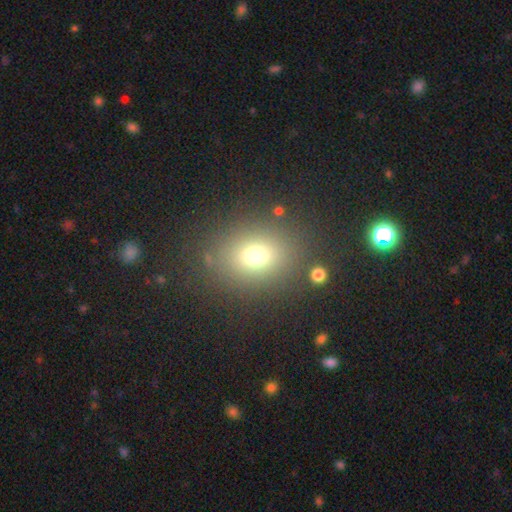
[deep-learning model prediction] This appears to be a smooth galaxy with no disk features (72%) that is round (58%). Merging: none (82%).